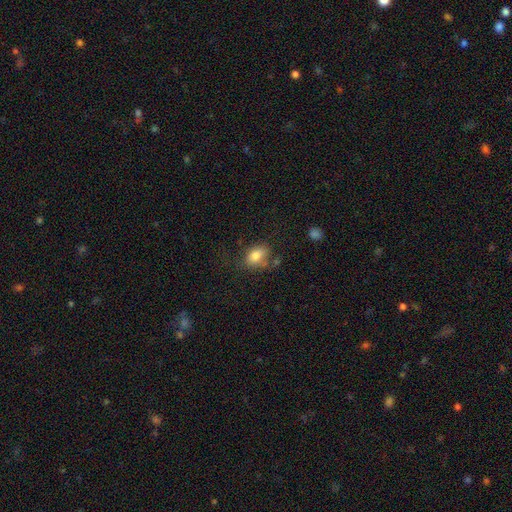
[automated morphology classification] Smooth or featured?
  - smooth: 80% *
  - featured or disk: 11%
  - star or artifact: 9%
How rounded?
  - in between: 81% *
  - round: 17%
  - cigar-shaped: 2%
Merging?
  - none: 57% *
  - minor disturbance: 24%
  - major disturbance: 11%
  - merger: 8%